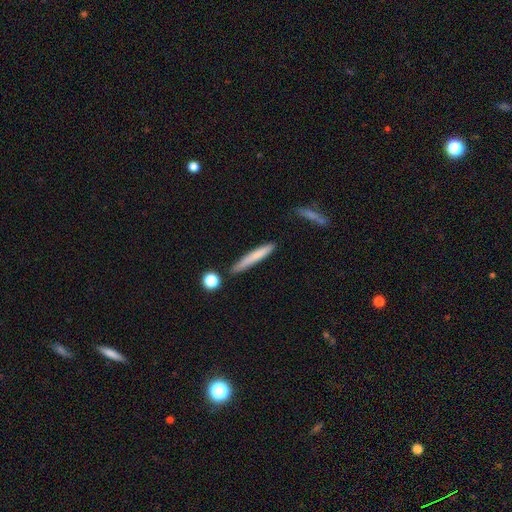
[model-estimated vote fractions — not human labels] This appears to be a smooth galaxy with no disk features (72%) that is cigar-shaped (95%). Merging: none (82%).